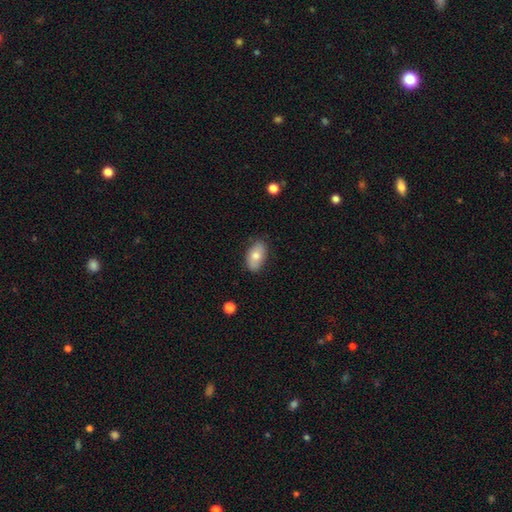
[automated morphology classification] A smooth galaxy with no disk features (74%) that is in between round and cigar-shaped (93%). Merging: none (81%).